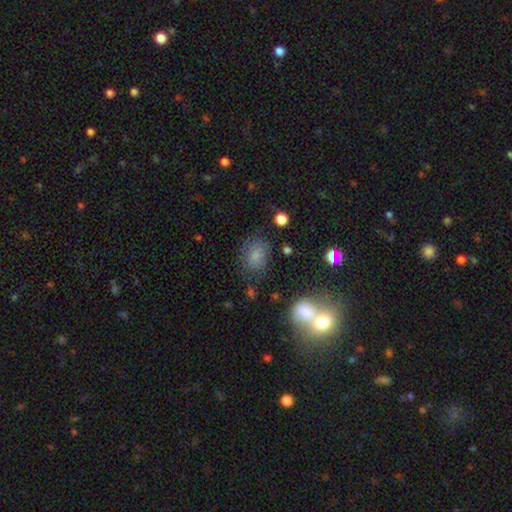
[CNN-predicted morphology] This is likely a smooth galaxy (78%). How rounded: possibly in between (56%). Merging: likely none (73%).